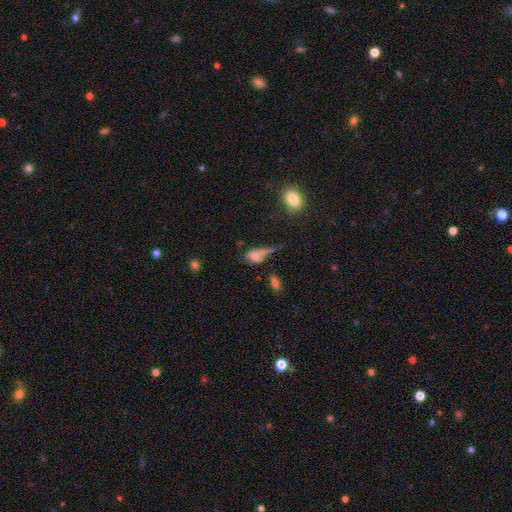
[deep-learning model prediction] A smooth galaxy with no disk features (67%) that is in between round and cigar-shaped (66%).

Vote fractions:
- Smooth or featured? smooth: 67% / featured or disk: 20% / star or artifact: 13%
- How rounded? in between: 66% / round: 23% / cigar-shaped: 11%
- Merging? none: 35% / merger: 33% / minor disturbance: 16% / major disturbance: 16%